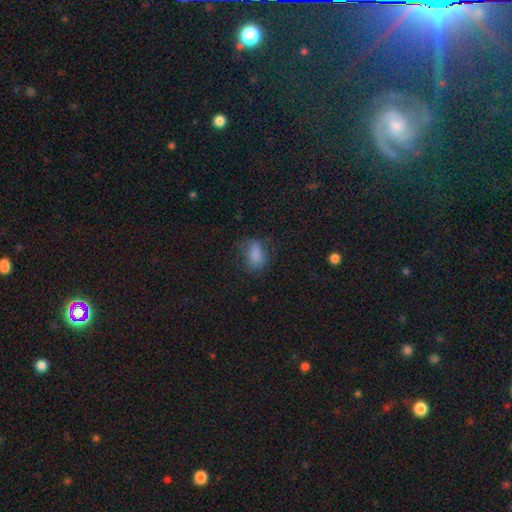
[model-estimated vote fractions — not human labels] A smooth galaxy with no disk features (76%) that is in between round and cigar-shaped (81%). Merging: none (55%).